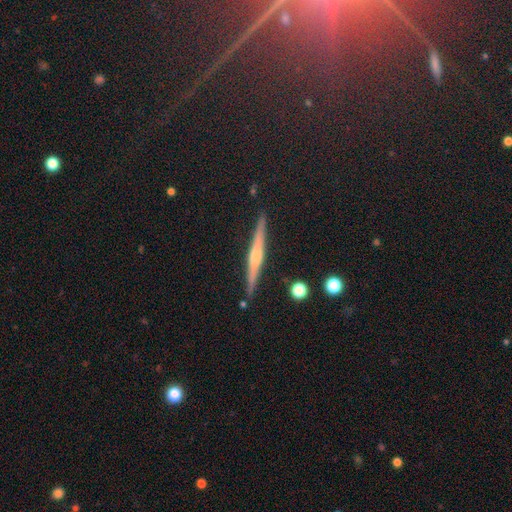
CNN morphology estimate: Overall: featured or disk (68%). Edge-on disk: yes (98%). Edge-on bulge: rounded (62%). Merging: none (90%).